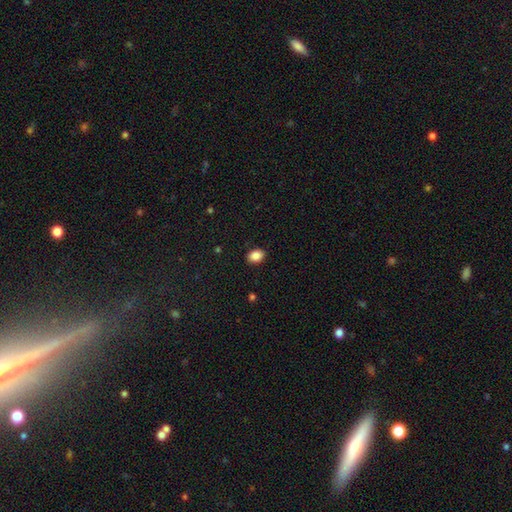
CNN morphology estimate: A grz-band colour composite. It shows a smooth galaxy with no disk features (87%) that is in between round and cigar-shaped (72%). Merging: none (89%).